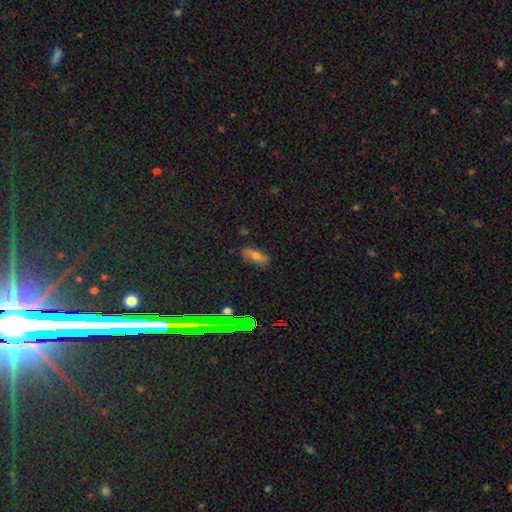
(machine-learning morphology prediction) Smooth or featured? smooth (51%)
How rounded? in between (72%)
Merging? none (76%)